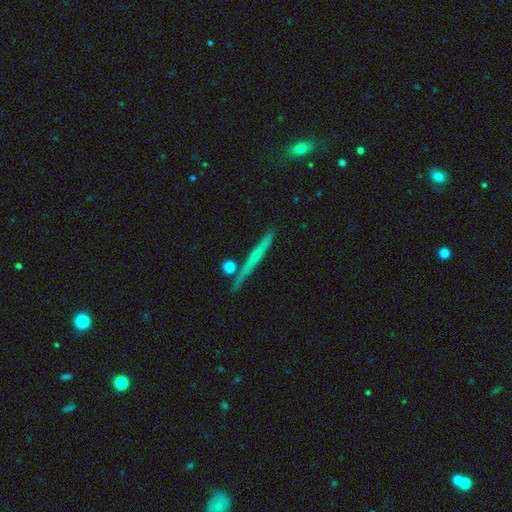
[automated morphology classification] smooth_or_featured: featured or disk (p=0.59) [alt: smooth p=0.33]
disk_edge_on: yes (p=0.96) [alt: no p=0.04]
edge_on_bulge: none (p=0.52) [alt: rounded p=0.43]
merging: none (p=0.82) [alt: minor disturbance p=0.11]